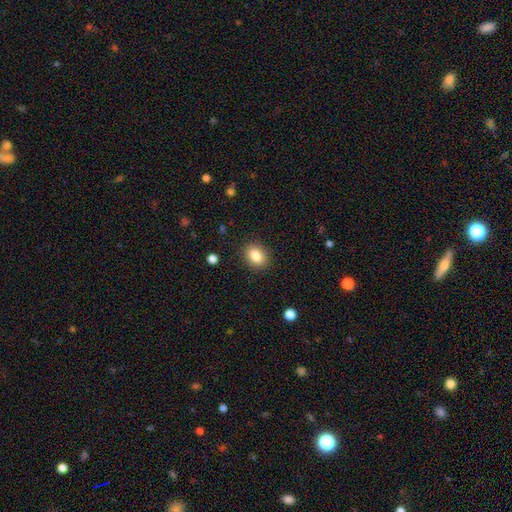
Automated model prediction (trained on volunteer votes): A smooth galaxy with no disk features (85%) that is in between round and cigar-shaped (63%). Merging: none (88%).